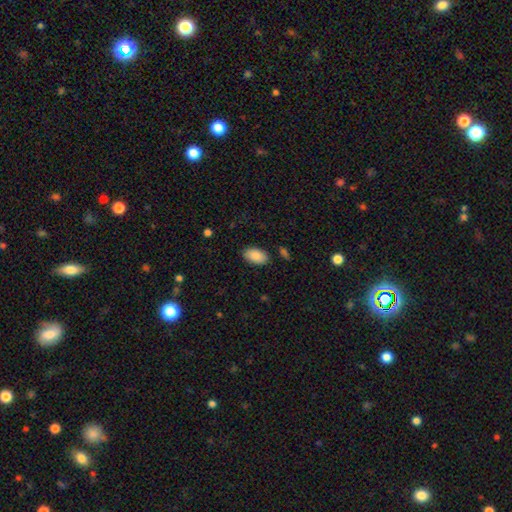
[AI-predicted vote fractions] Smooth or featured?
  - smooth: 87% *
  - star or artifact: 7%
  - featured or disk: 6%
How rounded?
  - in between: 94% *
  - round: 4%
  - cigar-shaped: 1%
Merging?
  - none: 86% *
  - minor disturbance: 10%
  - major disturbance: 2%
  - merger: 2%